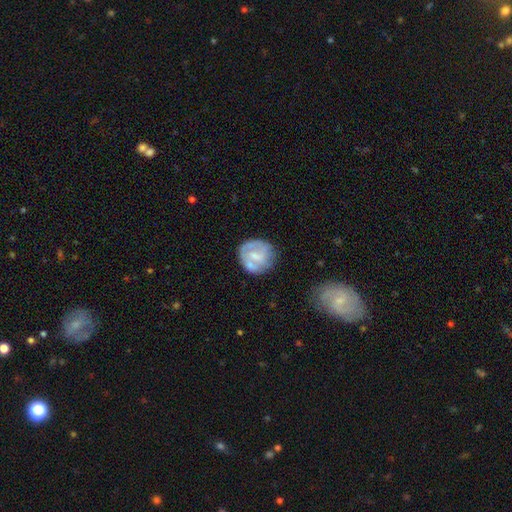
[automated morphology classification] Smooth or featured?
  - featured or disk: 48% *
  - smooth: 45%
  - star or artifact: 7%
Merging?
  - none: 59% *
  - minor disturbance: 22%
  - major disturbance: 10%
  - merger: 9%